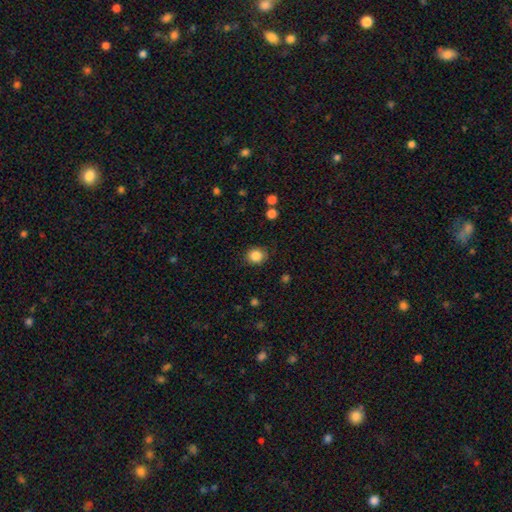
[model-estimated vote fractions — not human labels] The model was most divided on "how rounded": round: 80%, in between: 19%, cigar-shaped: 1%. More confident: smooth or featured — smooth (85%); merging — none (85%).